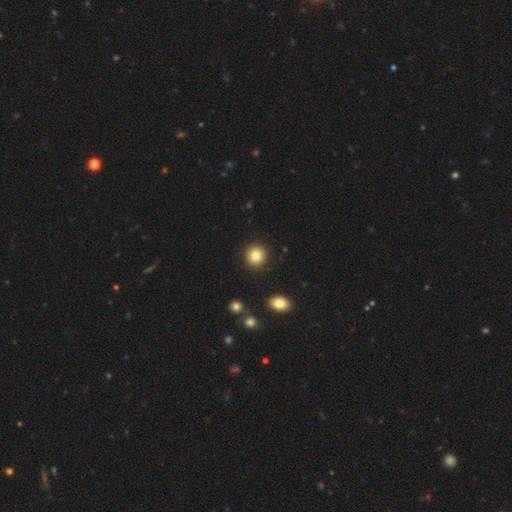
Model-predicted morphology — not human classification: Q: Smooth or featured?
A: smooth (84%); runner-up: star or artifact (10%)
Q: How rounded?
A: round (91%); runner-up: in between (8%)
Q: Merging?
A: none (91%); runner-up: minor disturbance (5%)